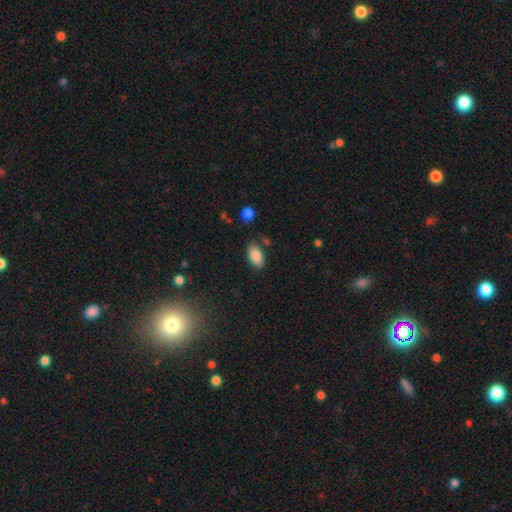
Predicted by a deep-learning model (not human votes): smooth_or_featured: smooth (p=0.87) [alt: star or artifact p=0.08]
how_rounded: in between (p=0.94) [alt: round p=0.04]
merging: none (p=0.81) [alt: minor disturbance p=0.13]